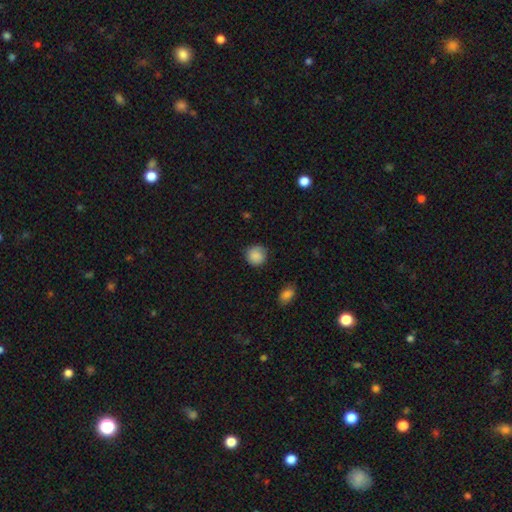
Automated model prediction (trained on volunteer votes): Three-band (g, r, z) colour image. It shows a smooth galaxy with no disk features (85%) that is round (89%). Merging: none (79%).